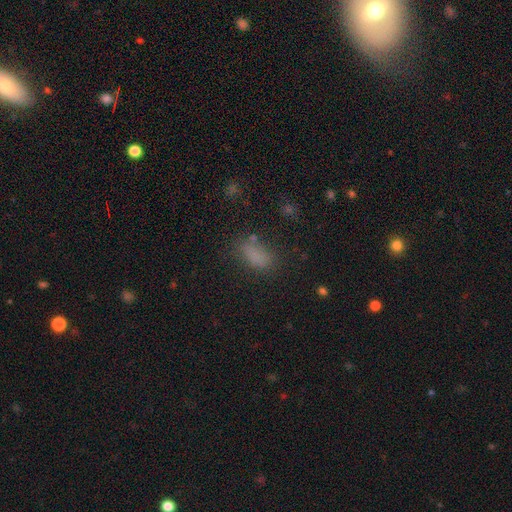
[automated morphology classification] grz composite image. It shows a smooth galaxy with no disk features (78%) that is in between round and cigar-shaped (86%). Merging: none (67%).